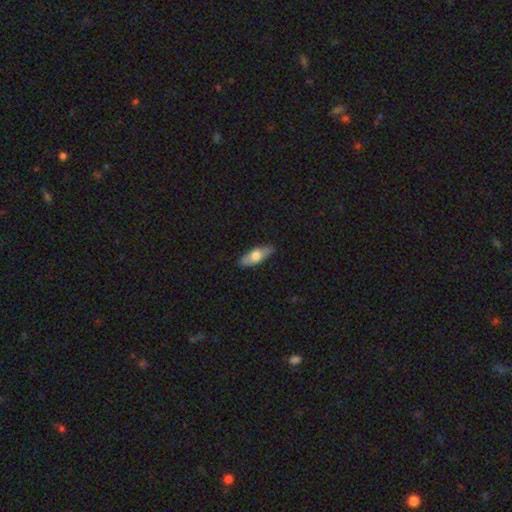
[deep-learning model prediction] Smooth or featured? Predicted: smooth (p=0.63). How rounded? Predicted: in between (p=0.70). Merging? Predicted: none (p=0.84).